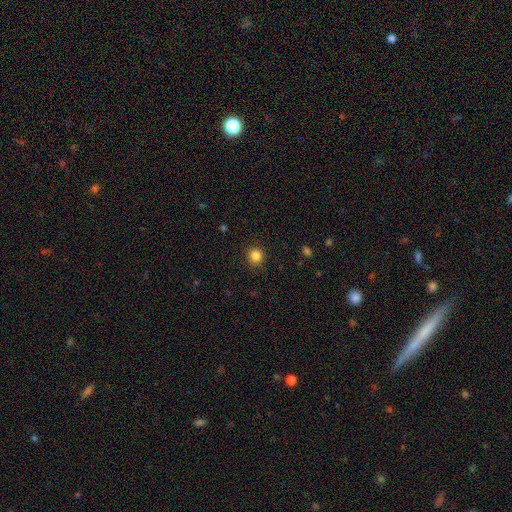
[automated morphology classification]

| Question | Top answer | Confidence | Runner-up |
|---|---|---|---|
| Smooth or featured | smooth | 85% | star or artifact (11%) |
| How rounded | round | 89% | in between (10%) |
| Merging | none | 89% | minor disturbance (7%) |